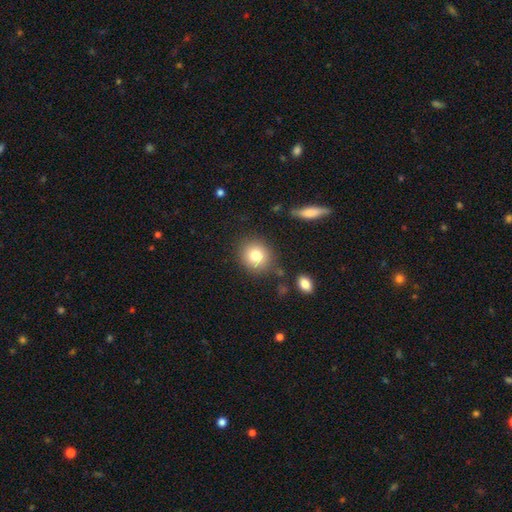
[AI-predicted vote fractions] Smooth or featured? Predicted: smooth (p=0.79). How rounded? Predicted: round (p=0.85). Merging? Predicted: none (p=0.83).